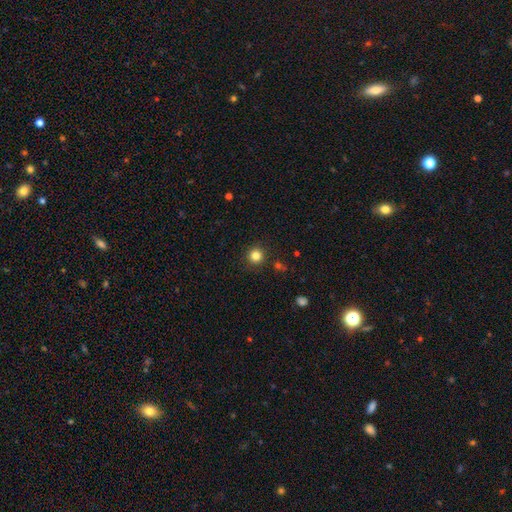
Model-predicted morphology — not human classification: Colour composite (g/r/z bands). It shows a smooth galaxy with no disk features (82%) that is round (94%). Merging: none (89%).